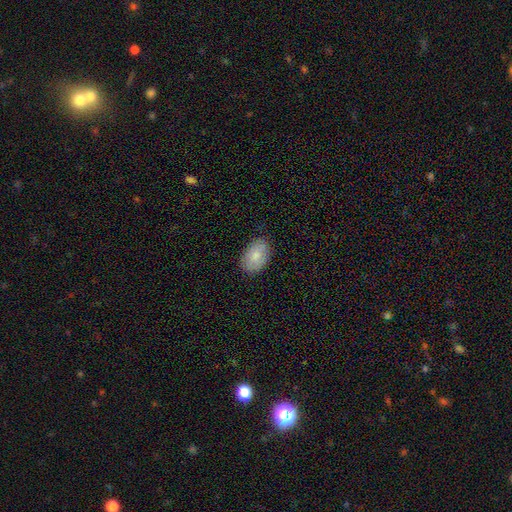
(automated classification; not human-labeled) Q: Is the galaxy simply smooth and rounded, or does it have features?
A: smooth — 82%.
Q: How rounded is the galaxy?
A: in between — 91%.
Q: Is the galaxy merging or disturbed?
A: none — 84%.